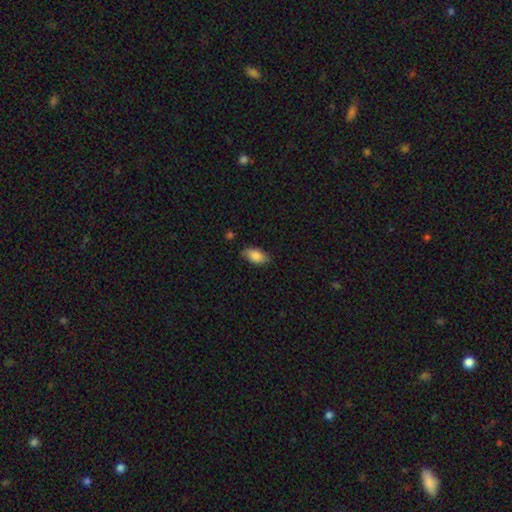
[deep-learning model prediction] Overall: smooth (84%). How rounded: in between (93%). Merging: none (78%).